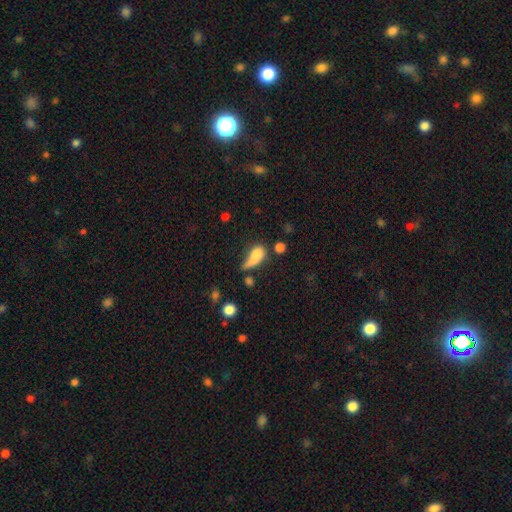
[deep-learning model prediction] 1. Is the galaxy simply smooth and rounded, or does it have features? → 69% smooth, 21% featured or disk, 10% star or artifact.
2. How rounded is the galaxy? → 67% in between, 18% cigar-shaped, 15% round.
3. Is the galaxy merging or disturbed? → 34% major disturbance, 24% none, 22% minor disturbance, 20% merger.